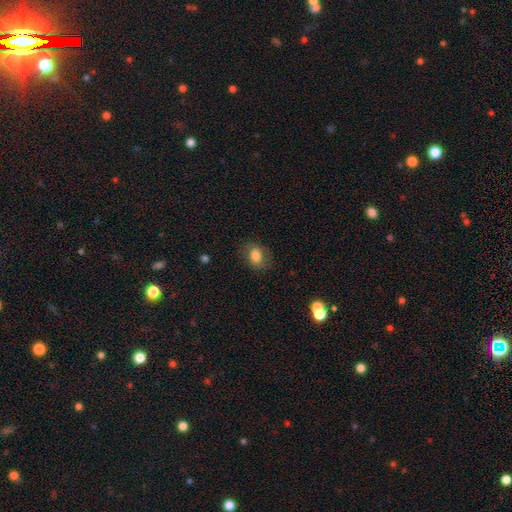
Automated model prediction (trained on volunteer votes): Smooth or featured? Predicted: smooth (p=0.79). How rounded? Predicted: in between (p=0.68). Merging? Predicted: none (p=0.76).